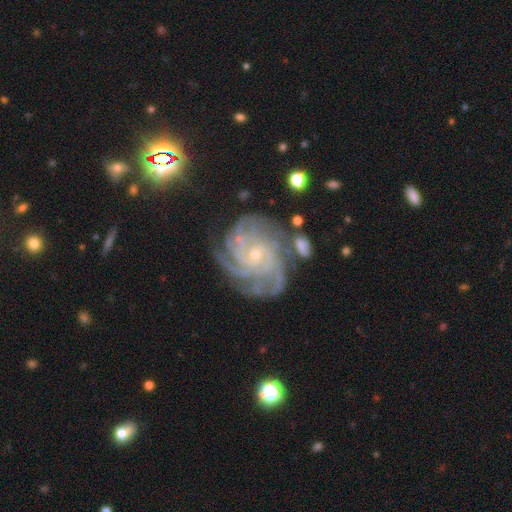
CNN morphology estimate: Q: Smooth or featured?
A: featured or disk (90%); runner-up: star or artifact (6%)
Q: Edge-on disk?
A: no (98%); runner-up: yes (2%)
Q: Bar?
A: no (72%); runner-up: weak (22%)
Q: Spiral arms?
A: yes (98%); runner-up: no (2%)
Q: Spiral winding?
A: tight (73%); runner-up: medium (23%)
Q: Spiral arm count?
A: 4 (35%); runner-up: more than 4 (21%)
Q: Bulge size?
A: small (82%); runner-up: moderate (14%)
Q: Merging?
A: none (71%); runner-up: minor disturbance (18%)